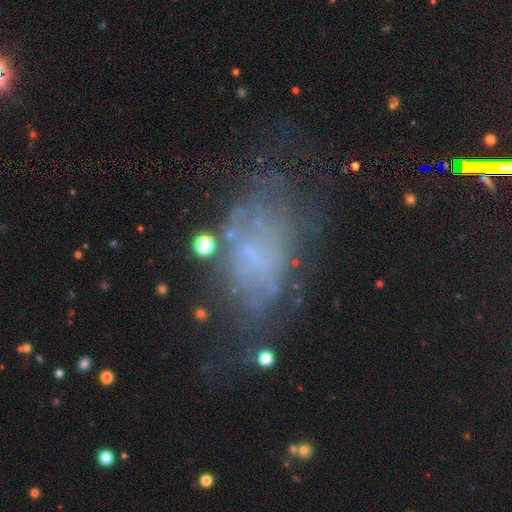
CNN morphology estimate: Q: Smooth or featured?
A: featured or disk (47%); runner-up: smooth (35%)
Q: Merging?
A: none (47%); runner-up: minor disturbance (25%)